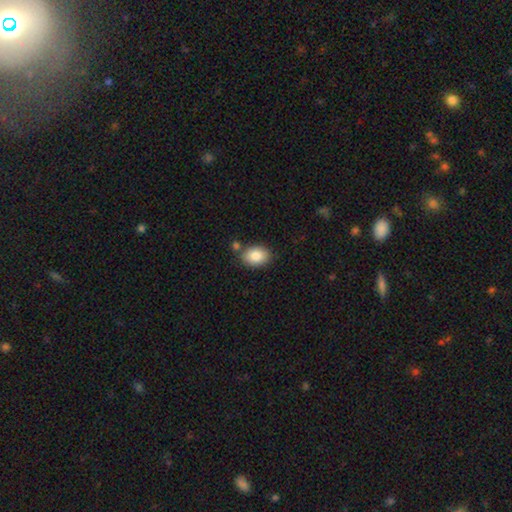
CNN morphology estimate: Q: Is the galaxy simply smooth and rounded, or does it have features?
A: smooth — 85%.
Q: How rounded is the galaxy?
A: in between — 79%.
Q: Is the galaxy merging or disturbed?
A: none — 77%.